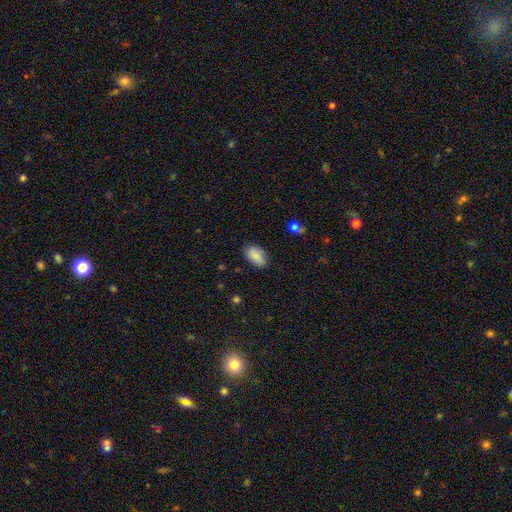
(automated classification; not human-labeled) Overall: smooth (86%). How rounded: in between (93%). Merging: none (81%).